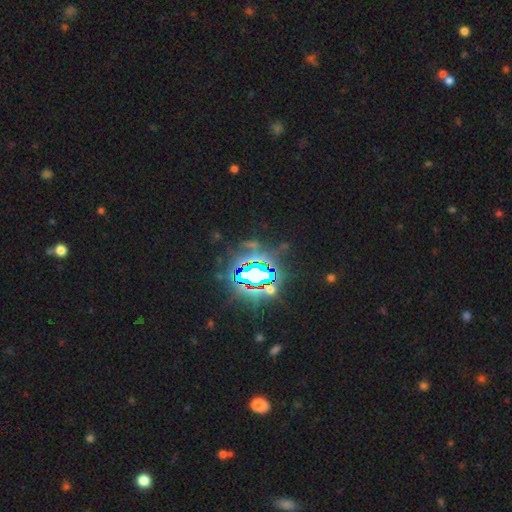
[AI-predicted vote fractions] Smooth or featured?
  - star or artifact: 84% *
  - smooth: 9%
  - featured or disk: 7%